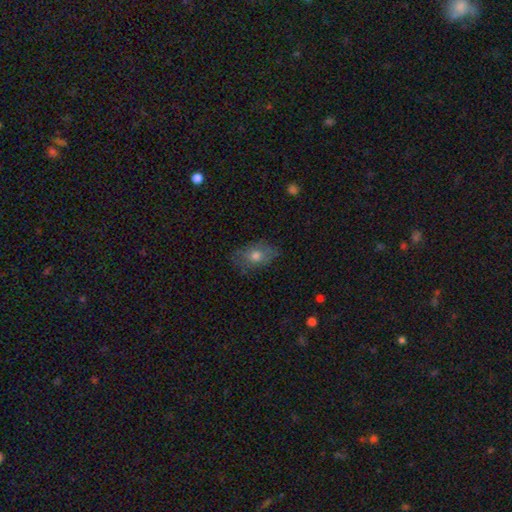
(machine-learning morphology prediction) smooth 67%, featured or disk 24%, star or artifact 10%. Down the decision tree: how rounded — in between (83%); merging — none (74%).